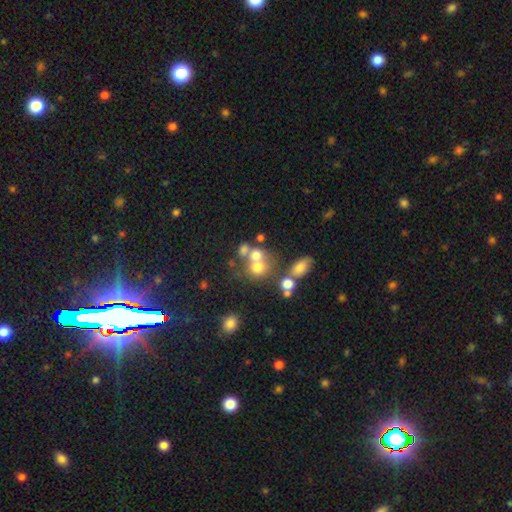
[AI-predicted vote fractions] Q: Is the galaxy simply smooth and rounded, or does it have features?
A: smooth — 62%.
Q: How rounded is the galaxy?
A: round — 73%.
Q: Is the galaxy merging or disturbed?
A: merger — 48%.